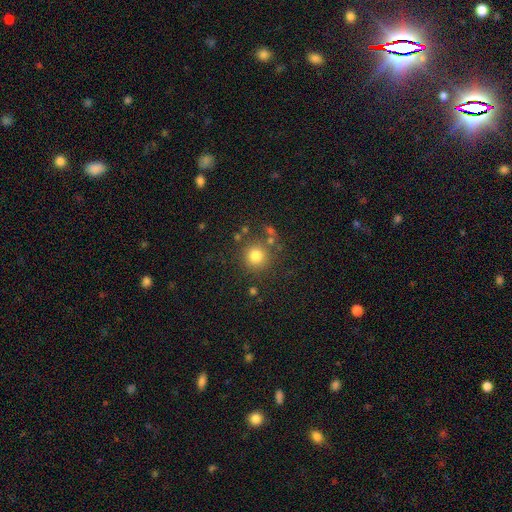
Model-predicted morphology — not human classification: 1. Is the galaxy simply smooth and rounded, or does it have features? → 80% smooth, 13% star or artifact, 7% featured or disk.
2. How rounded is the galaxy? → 93% round, 6% in between, 1% cigar-shaped.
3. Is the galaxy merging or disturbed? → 79% none, 10% minor disturbance, 7% merger, 4% major disturbance.